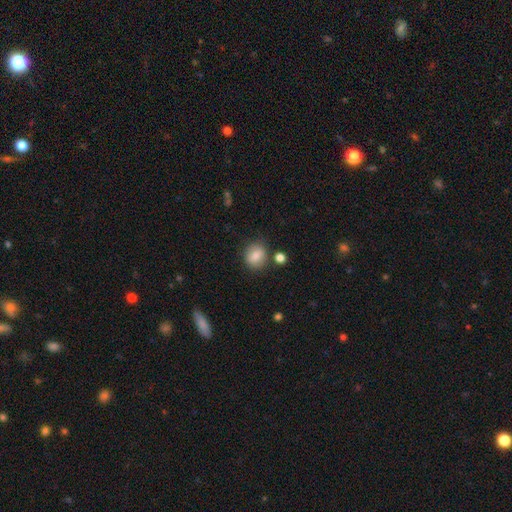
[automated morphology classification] This appears to be a smooth galaxy with no disk features (83%) that is round (66%). Merging: none (78%).